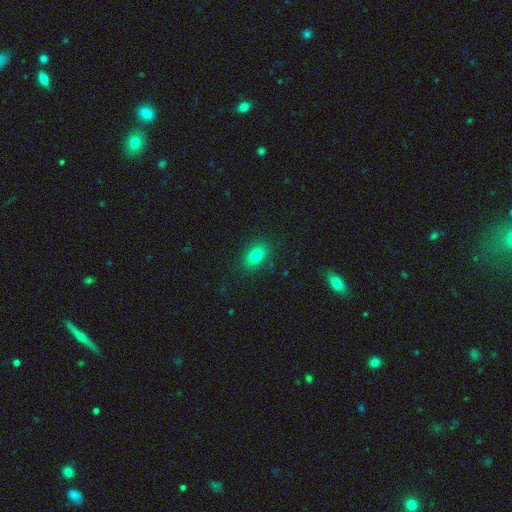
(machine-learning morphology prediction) smooth-or-featured: smooth: 81% | star or artifact: 11% | featured or disk: 9%
  how-rounded: in between: 85% | round: 13% | cigar-shaped: 3%
  merging: none: 86% | minor disturbance: 10% | major disturbance: 3% | merger: 1%